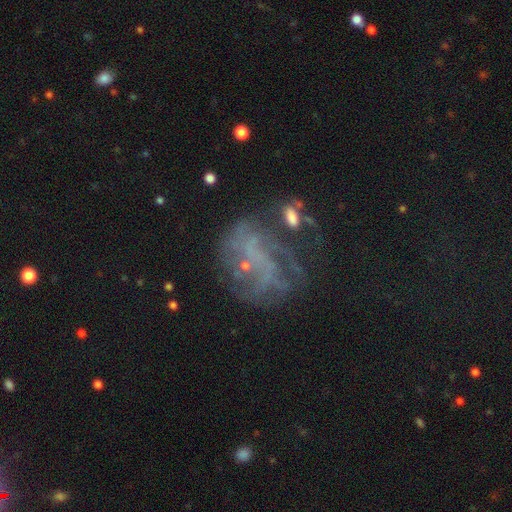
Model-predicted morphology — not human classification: type=featured or disk (59%); edge-on=no (97%); bar=no (66%); spiral arms=yes (60%); bulge=none (49%); merging=none (45%).